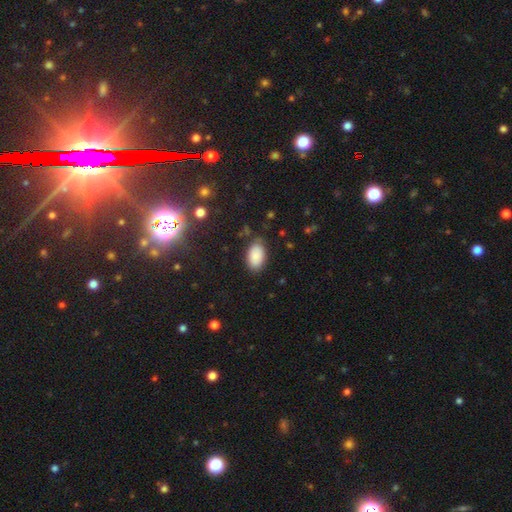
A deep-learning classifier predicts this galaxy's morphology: The model was most divided on "merging": none: 80%, minor disturbance: 14%, major disturbance: 3%, merger: 2%. More confident: how rounded — in between (94%); smooth or featured — smooth (85%).